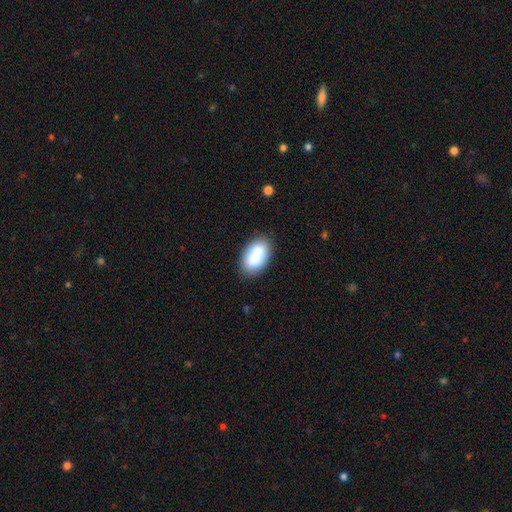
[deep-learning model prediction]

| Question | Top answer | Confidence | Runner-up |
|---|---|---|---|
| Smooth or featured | smooth | 87% | star or artifact (7%) |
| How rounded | in between | 93% | round (6%) |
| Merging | none | 83% | minor disturbance (12%) |